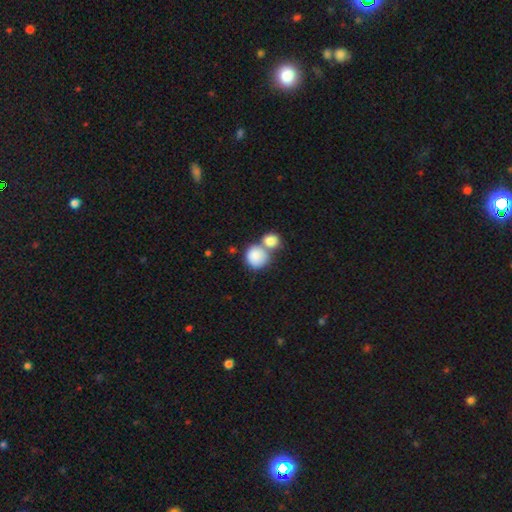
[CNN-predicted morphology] Smooth or featured?
  - smooth: 84% *
  - featured or disk: 9%
  - star or artifact: 7%
How rounded?
  - round: 82% *
  - in between: 17%
  - cigar-shaped: 1%
Merging?
  - merger: 55% *
  - none: 32%
  - minor disturbance: 9%
  - major disturbance: 4%